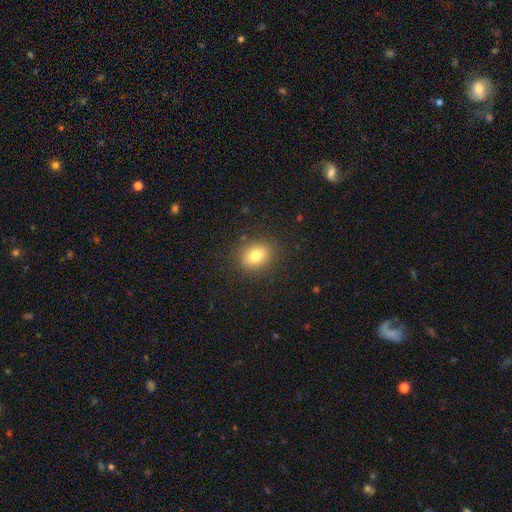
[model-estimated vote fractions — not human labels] smooth 78%, star or artifact 11%, featured or disk 10%. Down the decision tree: how rounded — in between (49%, tied with round); merging — none (87%).